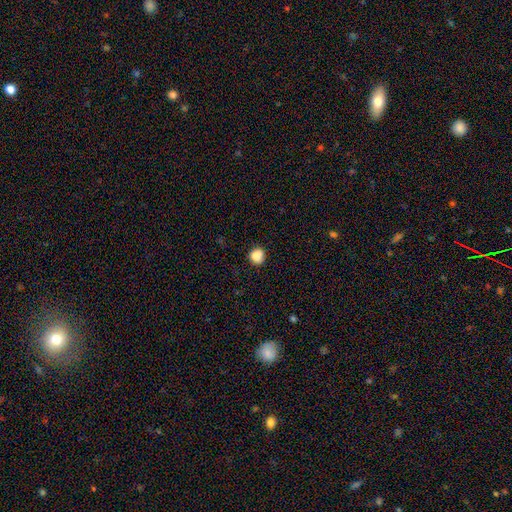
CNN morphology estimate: smooth 85%, star or artifact 10%, featured or disk 5%. Down the decision tree: how rounded — round (82%); merging — none (81%).